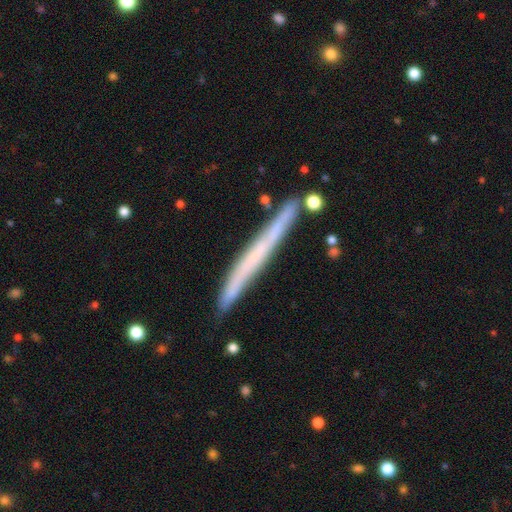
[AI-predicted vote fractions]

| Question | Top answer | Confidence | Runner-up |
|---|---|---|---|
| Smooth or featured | featured or disk | 54% | smooth (39%) |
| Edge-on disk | yes | 95% | no (5%) |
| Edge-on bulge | none | 87% | rounded (9%) |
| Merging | none | 83% | minor disturbance (11%) |